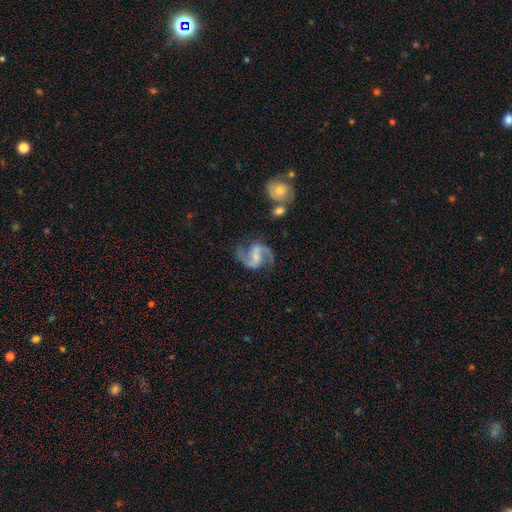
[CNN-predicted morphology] smooth-or-featured: featured or disk: 90% | star or artifact: 5% | smooth: 5%
  disk-edge-on: no: 98% | yes: 2%
    bar: weak: 47% | no: 29% | strong: 24%
    has-spiral-arms: yes: 98% | no: 2%
      spiral-winding: medium: 53% | loose: 37% | tight: 9%
      spiral-arm-count: 2: 94% | can't tell: 2% | 1: 1% | 3: 1% | 4: 1% | more than 4: 1%
    bulge-size: small: 45% | moderate: 30% | none: 20% | large: 4% | dominant: 1%
  merging: none: 74% | minor disturbance: 14% | major disturbance: 7% | merger: 4%